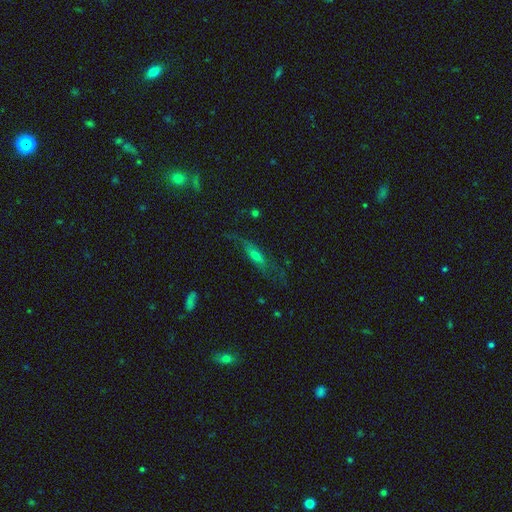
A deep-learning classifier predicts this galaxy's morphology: Smooth or featured: featured or disk — 50% (smooth — 38%)
Edge-on disk: yes — 58% (no — 42%)
Merging: none — 59% (minor disturbance — 22%)